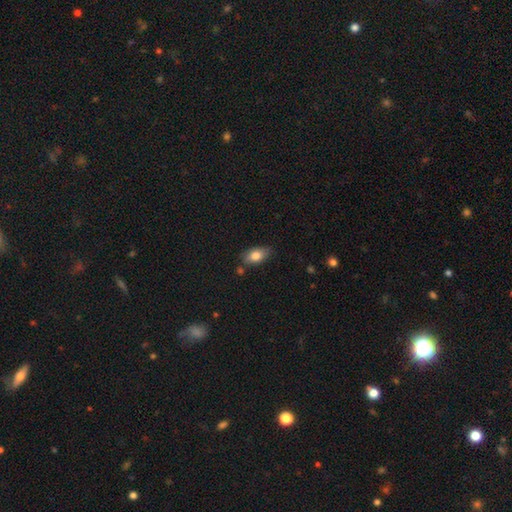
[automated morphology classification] Q: Smooth or featured?
A: smooth (80%); runner-up: featured or disk (13%)
Q: How rounded?
A: in between (90%); runner-up: round (6%)
Q: Merging?
A: none (75%); runner-up: minor disturbance (18%)